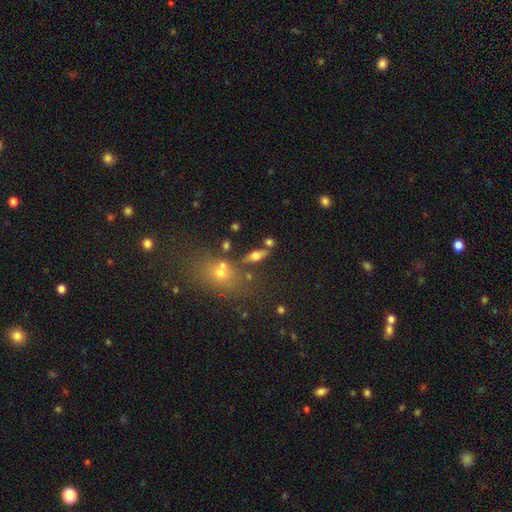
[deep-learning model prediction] Smooth or featured: smooth — 47% (featured or disk — 41%)
Merging: none — 64% (merger — 16%)